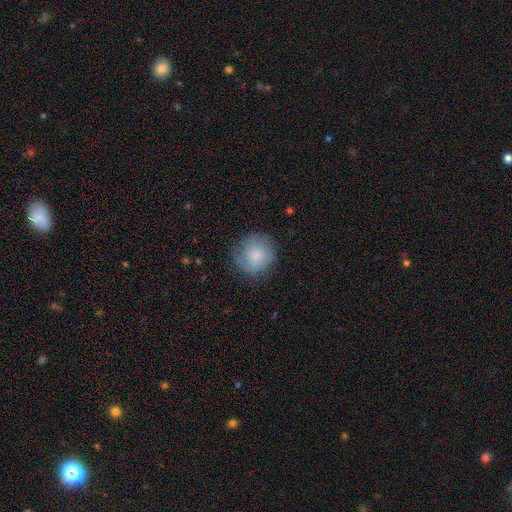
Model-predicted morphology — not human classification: Smooth or featured? smooth (77%)
How rounded? round (91%)
Merging? none (71%)